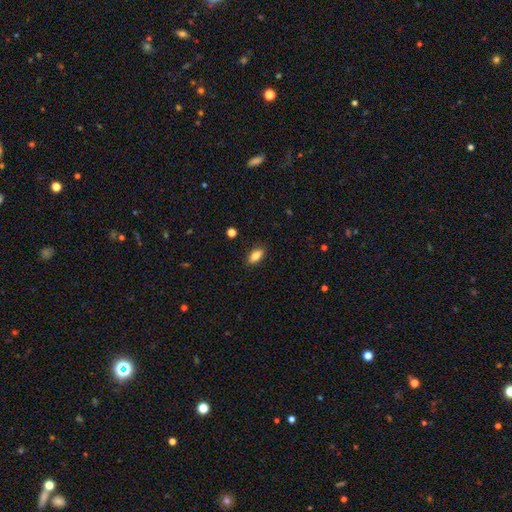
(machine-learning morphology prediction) Smooth or featured?
  - smooth: 84% *
  - featured or disk: 8%
  - star or artifact: 8%
How rounded?
  - in between: 87% *
  - cigar-shaped: 9%
  - round: 4%
Merging?
  - none: 88% *
  - minor disturbance: 9%
  - major disturbance: 2%
  - merger: 1%